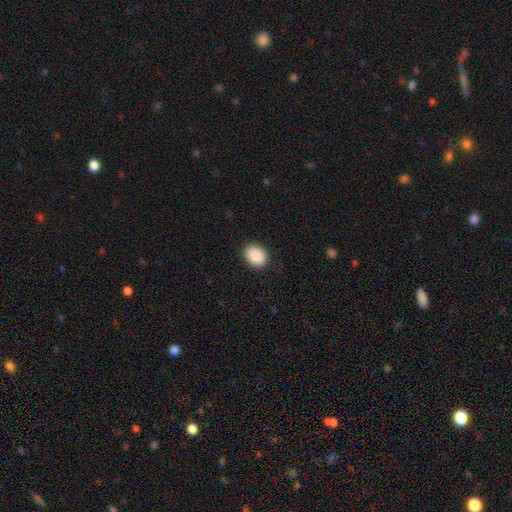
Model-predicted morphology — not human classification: This appears to be a smooth galaxy with no disk features (89%) that is in between round and cigar-shaped (60%). Merging: none (89%).